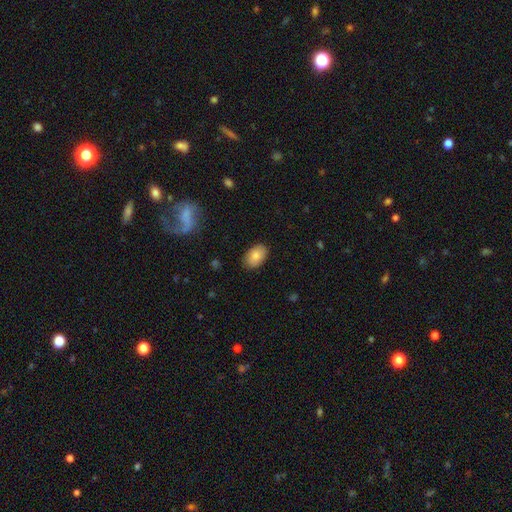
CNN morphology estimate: smooth-or-featured: smooth: 84% | featured or disk: 9% | star or artifact: 7%
  how-rounded: in between: 89% | round: 10% | cigar-shaped: 1%
  merging: none: 87% | minor disturbance: 10% | major disturbance: 2% | merger: 1%